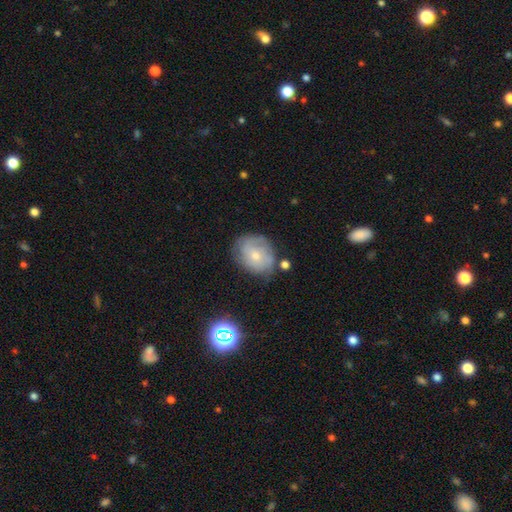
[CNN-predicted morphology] A featured or disk galaxy (47%).

Vote fractions:
- Smooth or featured? featured or disk: 47% / smooth: 43% / star or artifact: 10%
- Merging? none: 61% / minor disturbance: 26% / major disturbance: 9% / merger: 4%